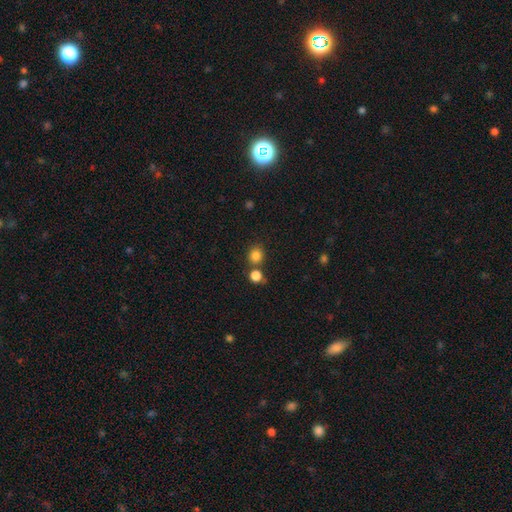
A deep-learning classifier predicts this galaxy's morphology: This appears to be a smooth galaxy with no disk features (83%) that is round (80%). Merging: none (69%).